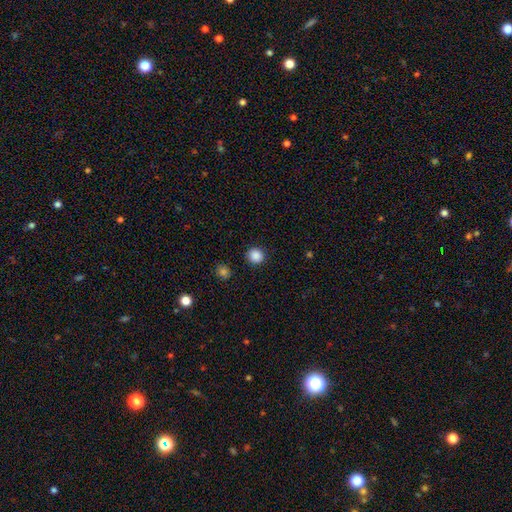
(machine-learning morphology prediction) Overall: smooth (87%). How rounded: round (93%). Merging: none (92%).